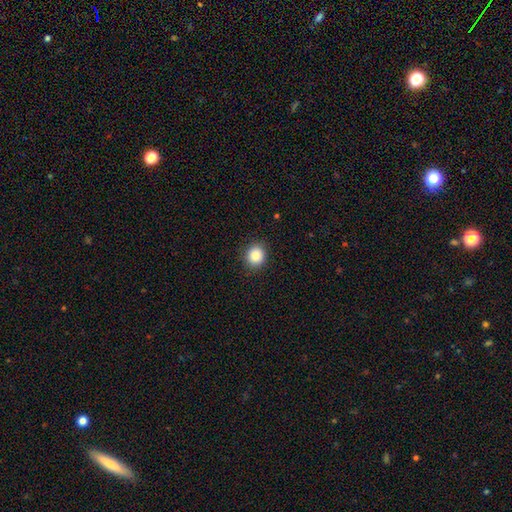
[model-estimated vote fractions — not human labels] smooth-or-featured: smooth: 86% | star or artifact: 9% | featured or disk: 4%
  how-rounded: round: 80% | in between: 19% | cigar-shaped: 1%
  merging: none: 89% | minor disturbance: 8% | major disturbance: 2% | merger: 1%